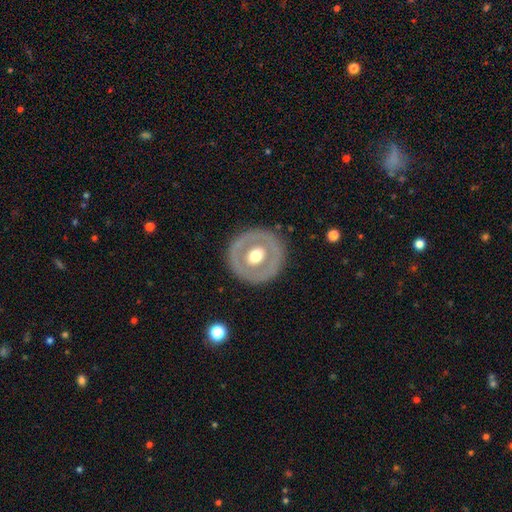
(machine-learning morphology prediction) Q: Smooth or featured?
A: featured or disk (55%); runner-up: smooth (40%)
Q: Edge-on disk?
A: no (94%); runner-up: yes (6%)
Q: Bar?
A: no (80%); runner-up: weak (13%)
Q: Spiral arms?
A: no (93%); runner-up: yes (7%)
Q: Bulge size?
A: moderate (68%); runner-up: large (24%)
Q: Merging?
A: none (85%); runner-up: minor disturbance (9%)